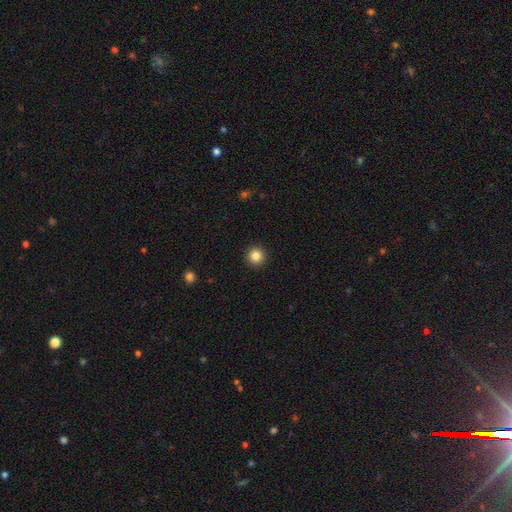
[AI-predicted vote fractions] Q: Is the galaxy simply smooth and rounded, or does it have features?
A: smooth — 85%.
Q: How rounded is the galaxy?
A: round — 96%.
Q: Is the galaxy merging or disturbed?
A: none — 93%.